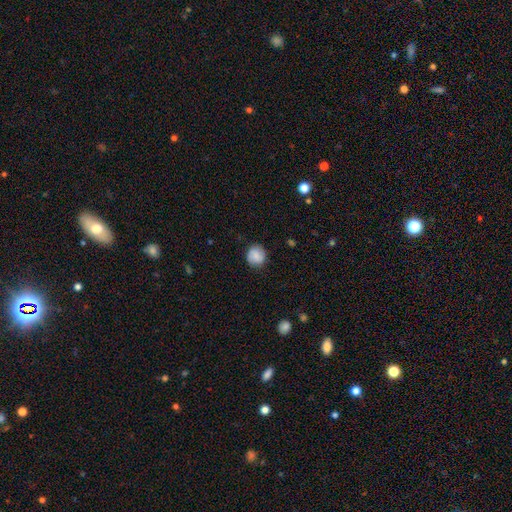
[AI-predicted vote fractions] smooth 76%, featured or disk 16%, star or artifact 8%. Down the decision tree: how rounded — round (86%); merging — none (84%).